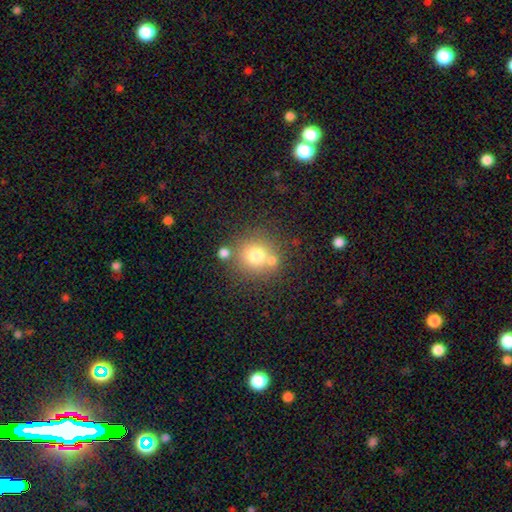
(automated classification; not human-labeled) This is likely a smooth galaxy (73%). How rounded: clearly round (90%). Merging: likely none (66%).